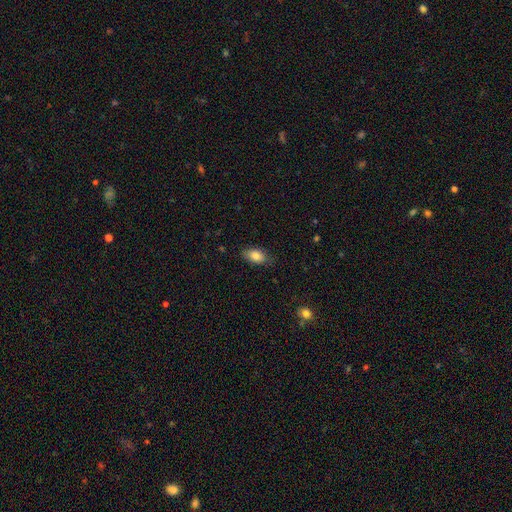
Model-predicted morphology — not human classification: Overall: smooth (83%). How rounded: in between (89%). Merging: none (81%).